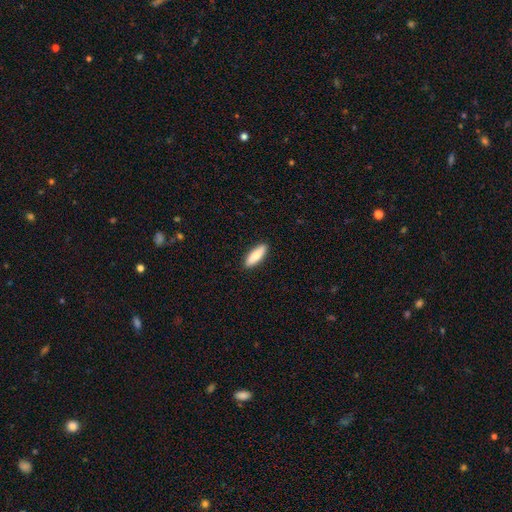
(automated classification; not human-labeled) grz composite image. It shows a smooth galaxy with no disk features (82%) that is in between round and cigar-shaped (50%). Merging: none (90%).